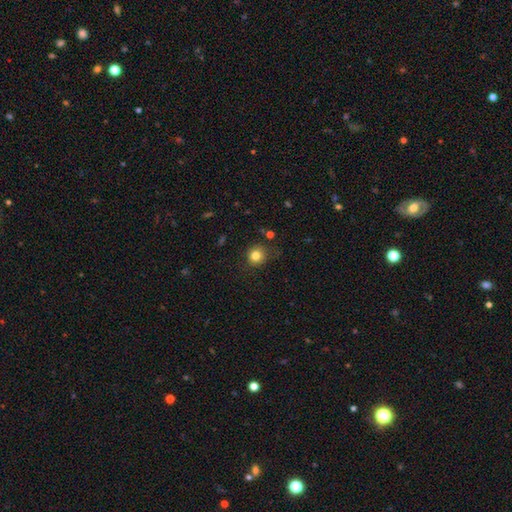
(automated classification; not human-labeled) Smooth or featured? smooth (81%)
How rounded? round (90%)
Merging? none (81%)